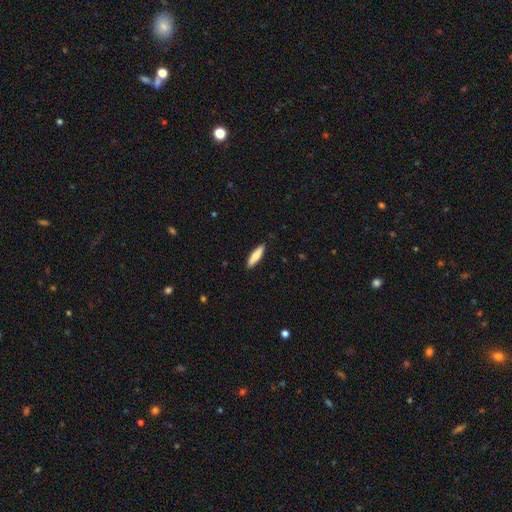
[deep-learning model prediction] Smooth or featured? smooth (74%)
How rounded? cigar-shaped (73%)
Merging? none (89%)